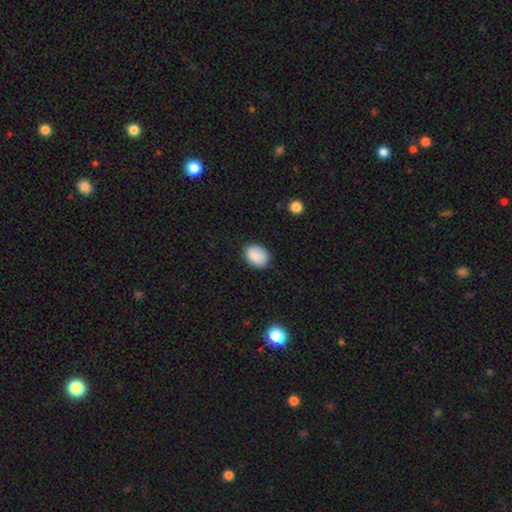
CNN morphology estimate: smooth 87%, star or artifact 8%, featured or disk 5%. Down the decision tree: how rounded — in between (70%); merging — none (84%).